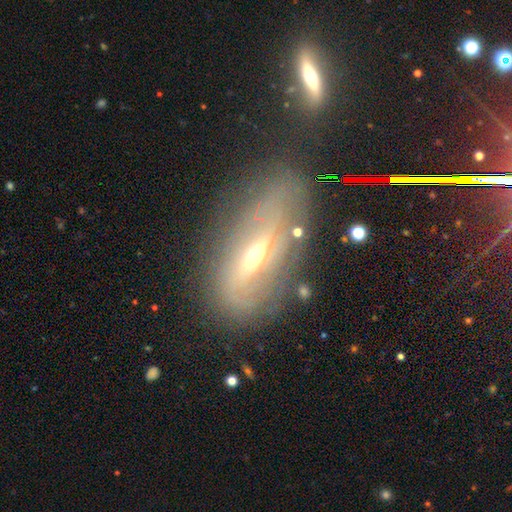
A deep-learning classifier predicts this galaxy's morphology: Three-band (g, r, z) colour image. It shows a featured or disk galaxy (73%) with no bar (41%), spiral arms (55%) and a moderate central bulge (63%). Merging: none (63%).